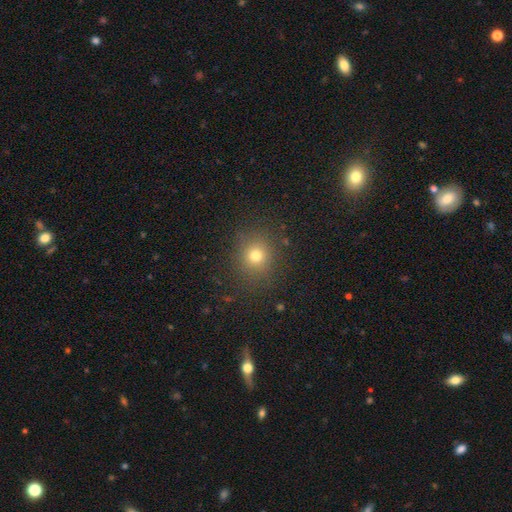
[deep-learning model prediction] Q: Smooth or featured?
A: smooth (74%); runner-up: star or artifact (18%)
Q: How rounded?
A: round (86%); runner-up: in between (13%)
Q: Merging?
A: none (87%); runner-up: minor disturbance (8%)